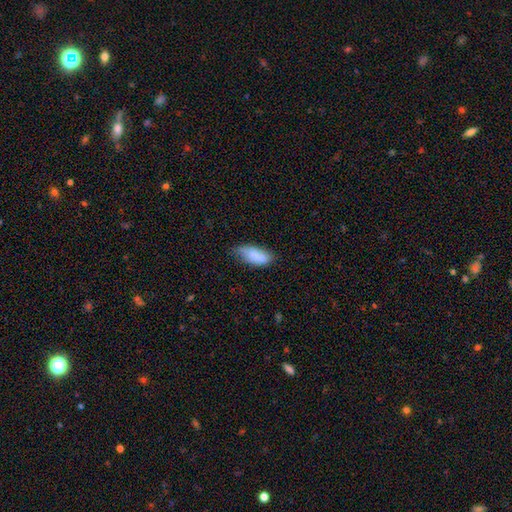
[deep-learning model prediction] A smooth galaxy with no disk features (80%) that is in between round and cigar-shaped (86%). Merging: none (49%).